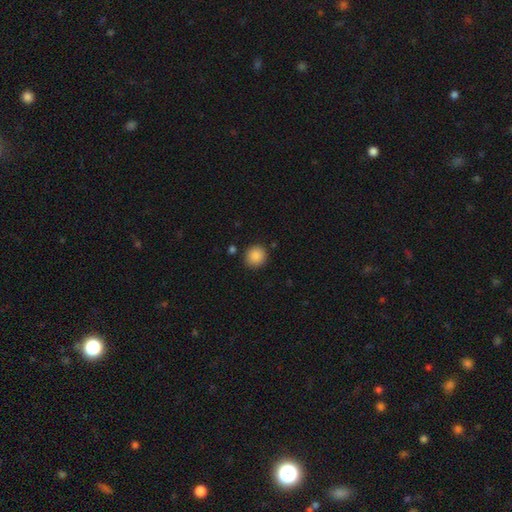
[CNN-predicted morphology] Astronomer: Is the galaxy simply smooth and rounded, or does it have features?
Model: smooth — 87%.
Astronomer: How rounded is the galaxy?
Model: round — 90%.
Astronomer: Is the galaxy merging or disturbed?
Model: none — 87%.